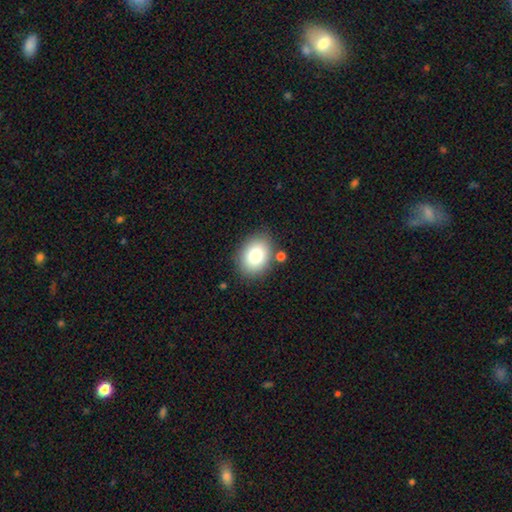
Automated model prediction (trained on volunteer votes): Smooth or featured: smooth — 80% (featured or disk — 11%)
How rounded: in between — 68% (round — 31%)
Merging: none — 81% (minor disturbance — 11%)